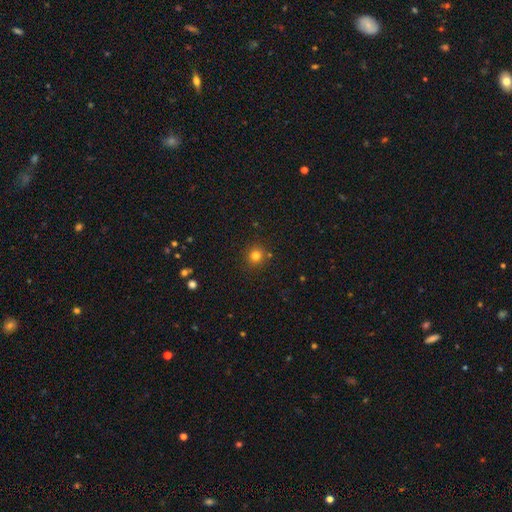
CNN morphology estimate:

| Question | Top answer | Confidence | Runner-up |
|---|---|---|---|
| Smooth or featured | smooth | 79% | star or artifact (15%) |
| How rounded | round | 92% | in between (7%) |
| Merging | none | 86% | minor disturbance (7%) |